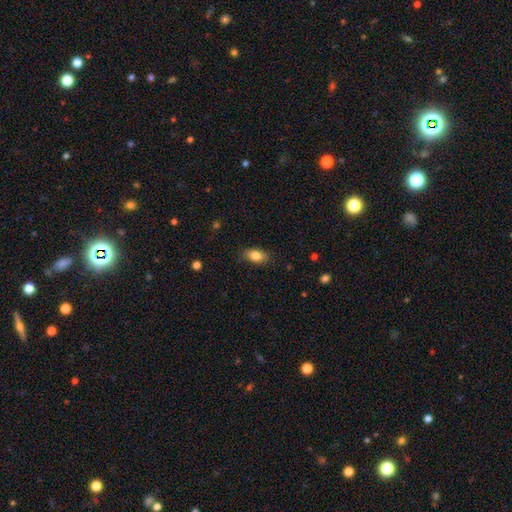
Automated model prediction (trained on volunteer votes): Morphology: type=smooth (83%); roundness=in between (89%); merging=none (86%).